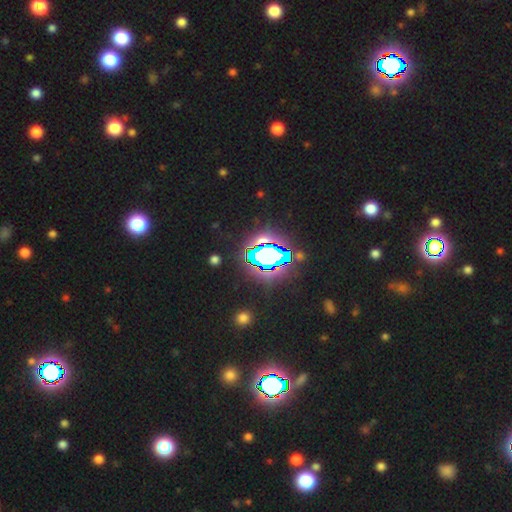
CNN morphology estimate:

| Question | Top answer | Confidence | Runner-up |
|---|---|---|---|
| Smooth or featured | star or artifact | 70% | smooth (17%) |